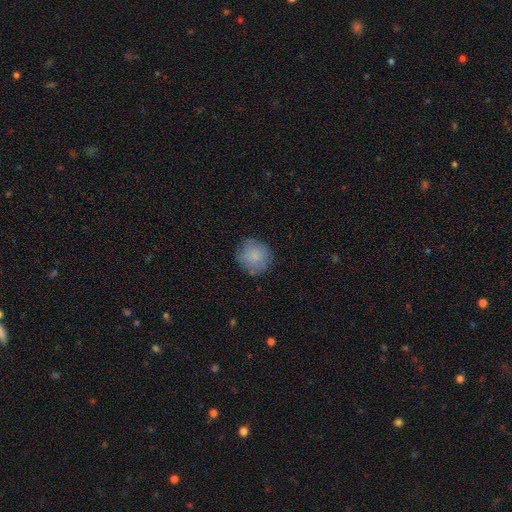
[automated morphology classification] Smooth or featured? Predicted: smooth (p=0.83). How rounded? Predicted: round (p=0.91). Merging? Predicted: none (p=0.80).